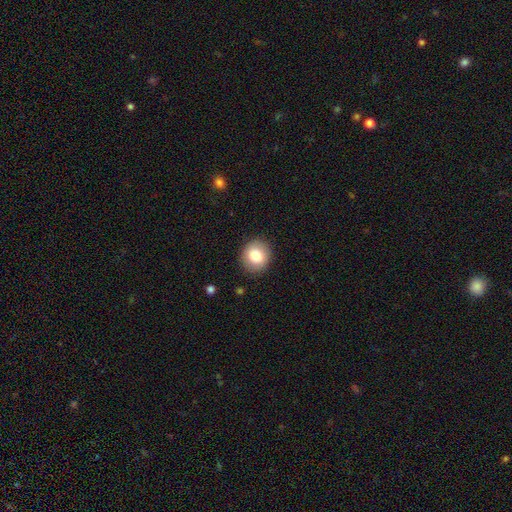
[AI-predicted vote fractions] Smooth or featured: smooth — 82% (featured or disk — 9%)
How rounded: round — 86% (in between — 13%)
Merging: none — 90% (minor disturbance — 7%)